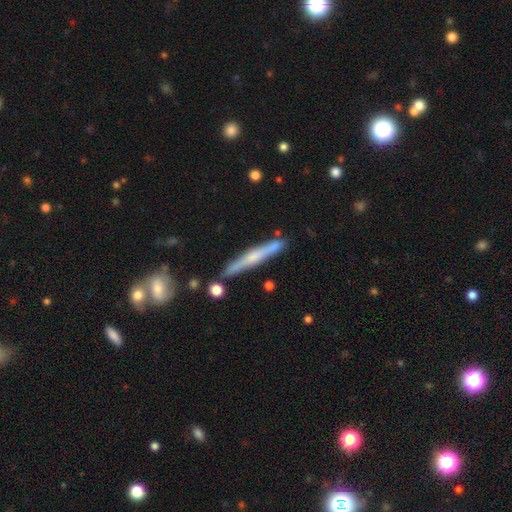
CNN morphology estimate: featured or disk 59%, smooth 34%, star or artifact 7%. Down the decision tree: edge-on disk — yes (96%); edge-on bulge — rounded (54%); merging — none (83%).